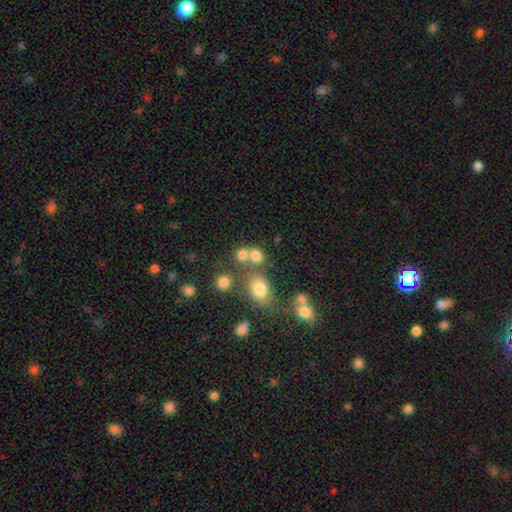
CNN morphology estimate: smooth_or_featured: smooth (p=0.75) [alt: star or artifact p=0.16]
how_rounded: round (p=0.71) [alt: in between p=0.28]
merging: none (p=0.49) [alt: merger p=0.36]